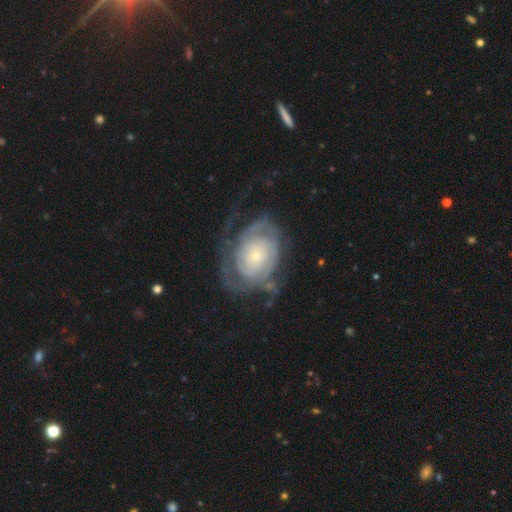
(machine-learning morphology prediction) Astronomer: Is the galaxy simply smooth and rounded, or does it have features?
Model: featured or disk — 78%.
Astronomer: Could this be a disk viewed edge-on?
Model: no — 96%.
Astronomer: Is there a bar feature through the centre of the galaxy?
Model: no — 81%.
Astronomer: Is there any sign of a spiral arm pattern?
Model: yes — 83%.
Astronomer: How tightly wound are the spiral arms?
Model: tight — 64%.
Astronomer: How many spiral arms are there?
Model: can't tell — 46% (runner-up: 2, 24%).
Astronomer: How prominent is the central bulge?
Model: small — 75%.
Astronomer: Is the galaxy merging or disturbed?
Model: none — 53%.